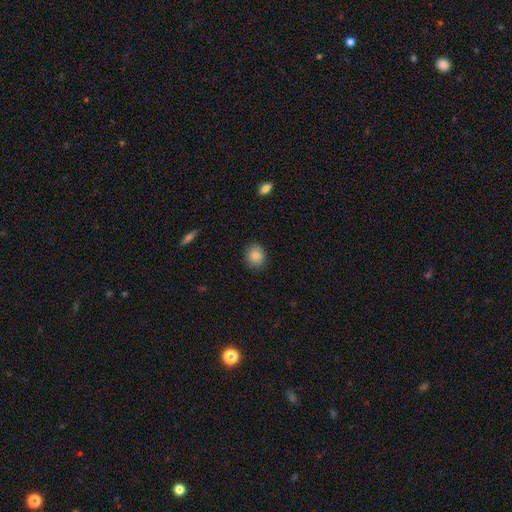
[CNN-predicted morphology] Smooth or featured? smooth (86%)
How rounded? round (75%)
Merging? none (87%)